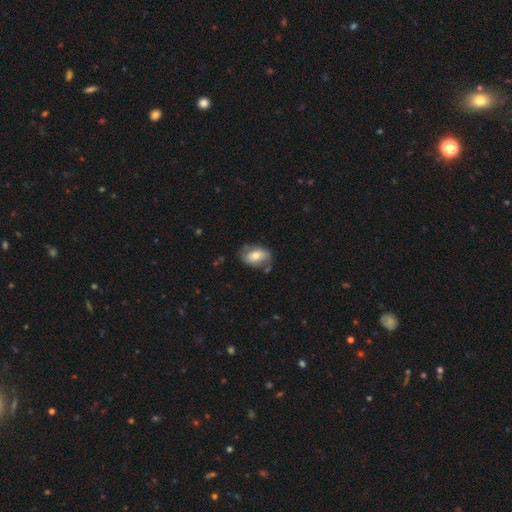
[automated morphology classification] type=smooth (51%); roundness=in between (84%); merging=none (60%).